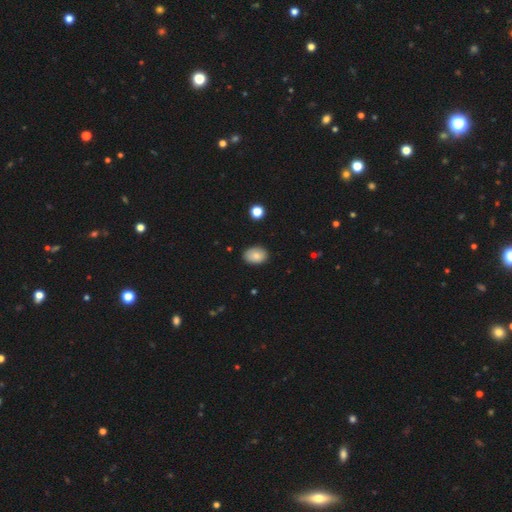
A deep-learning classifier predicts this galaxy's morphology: This appears to be a smooth galaxy with no disk features (84%) that is in between round and cigar-shaped (82%). Merging: none (85%).